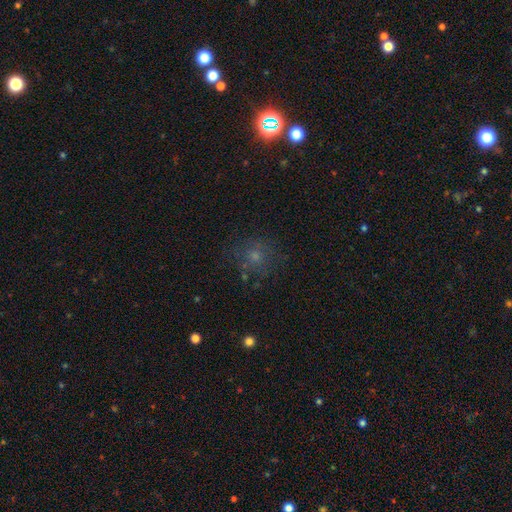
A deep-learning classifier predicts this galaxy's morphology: type=smooth (57%); roundness=round (86%); merging=none (74%).